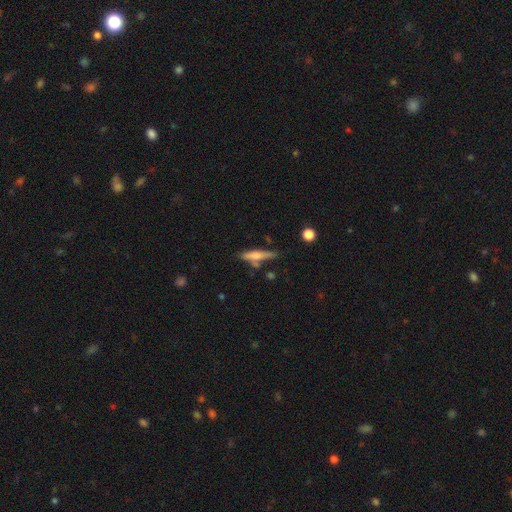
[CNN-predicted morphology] Q: Smooth or featured?
A: smooth (56%); runner-up: featured or disk (37%)
Q: How rounded?
A: cigar-shaped (85%); runner-up: in between (13%)
Q: Merging?
A: none (68%); runner-up: minor disturbance (18%)